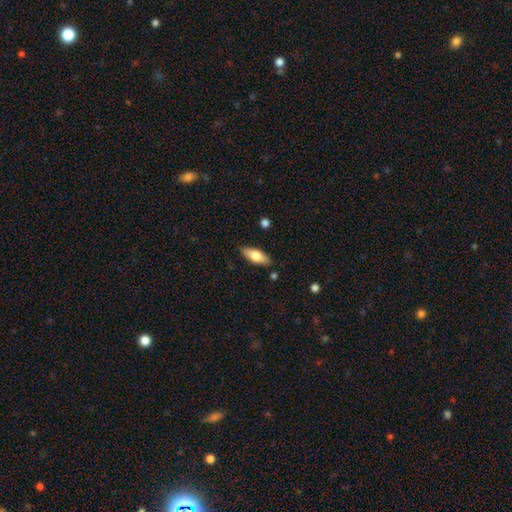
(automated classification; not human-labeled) Smooth or featured? Predicted: smooth (p=0.71). How rounded? Predicted: in between (p=0.74). Merging? Predicted: none (p=0.85).